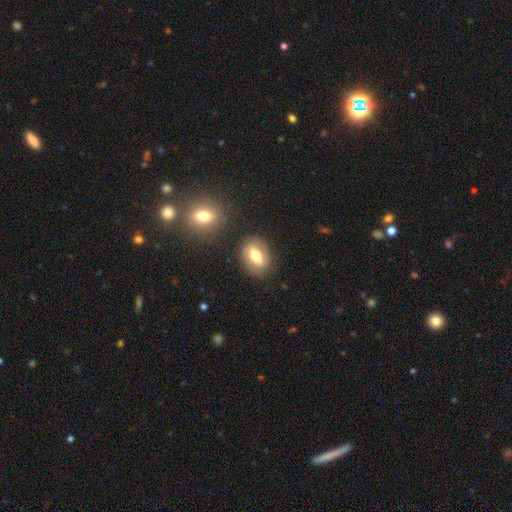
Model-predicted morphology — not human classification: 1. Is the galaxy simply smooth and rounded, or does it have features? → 64% smooth, 27% featured or disk, 8% star or artifact.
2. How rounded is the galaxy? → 78% in between, 18% round, 4% cigar-shaped.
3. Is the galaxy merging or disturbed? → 82% none, 11% minor disturbance, 4% merger, 4% major disturbance.